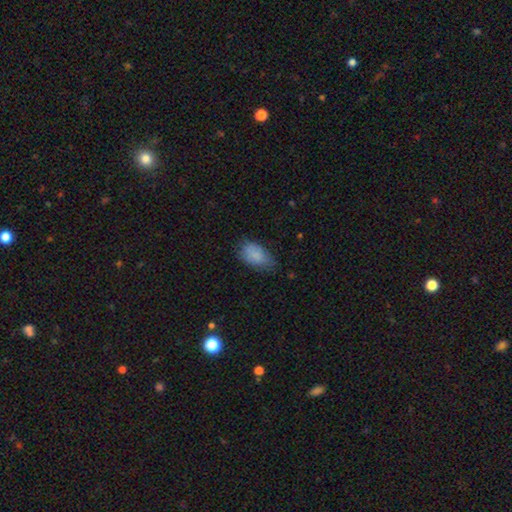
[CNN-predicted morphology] This appears to be a smooth galaxy with no disk features (85%) that is in between round and cigar-shaped (91%). Merging: none (59%).